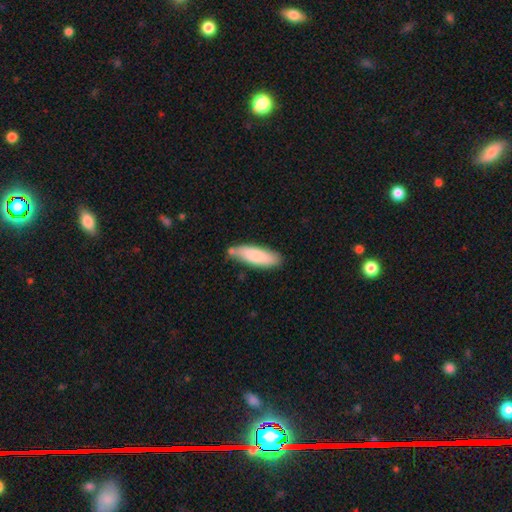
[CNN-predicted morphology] smooth_or_featured: smooth (p=0.83) [alt: featured or disk p=0.12]
how_rounded: cigar-shaped (p=0.50) [alt: in between p=0.49]
merging: none (p=0.67) [alt: minor disturbance p=0.20]